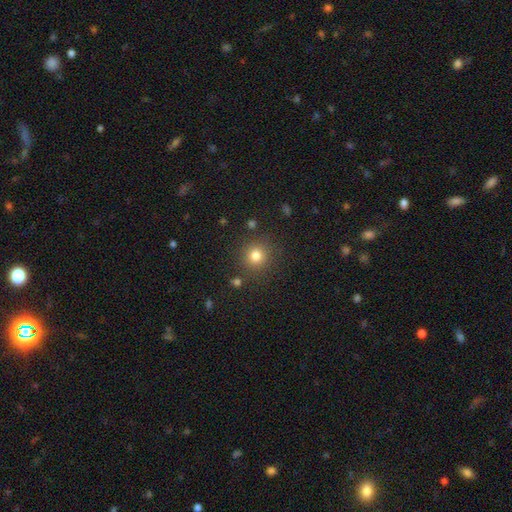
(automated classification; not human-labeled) Overall: smooth (79%). How rounded: round (92%). Merging: none (85%).